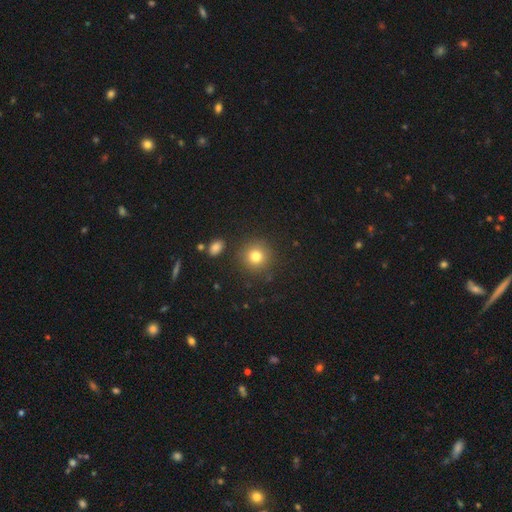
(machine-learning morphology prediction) Smooth or featured? smooth (80%)
How rounded? round (92%)
Merging? none (87%)